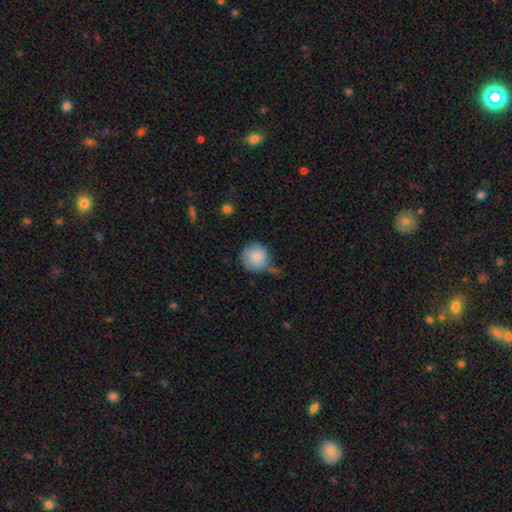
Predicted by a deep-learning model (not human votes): This is clearly a smooth galaxy (82%). How rounded: clearly round (92%). Merging: possibly none (57%).